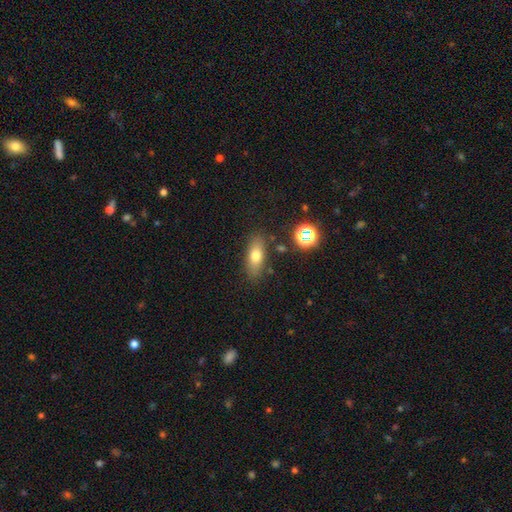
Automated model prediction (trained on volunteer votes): Smooth or featured? Predicted: smooth (p=0.71). How rounded? Predicted: in between (p=0.71). Merging? Predicted: none (p=0.80).